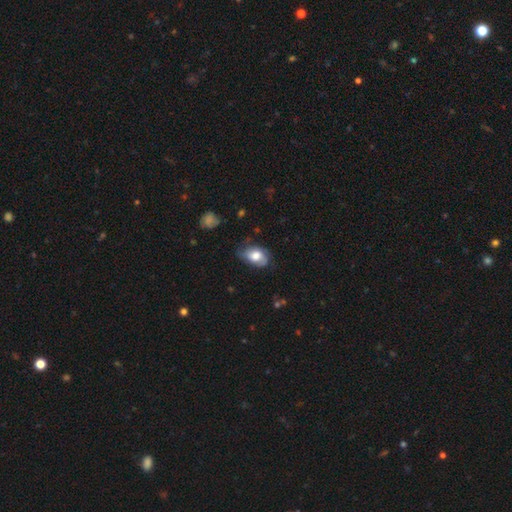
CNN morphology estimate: A smooth galaxy with no disk features (59%) that is in between round and cigar-shaped (85%). Merging: none (54%).